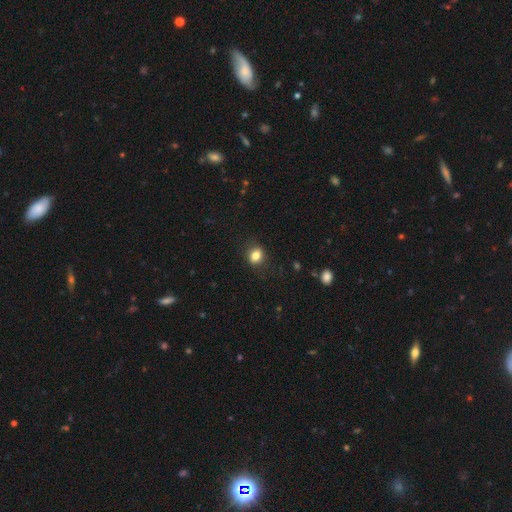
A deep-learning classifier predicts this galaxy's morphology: Q: Smooth or featured?
A: smooth (83%); runner-up: star or artifact (11%)
Q: How rounded?
A: round (53%); runner-up: in between (46%)
Q: Merging?
A: none (82%); runner-up: minor disturbance (13%)